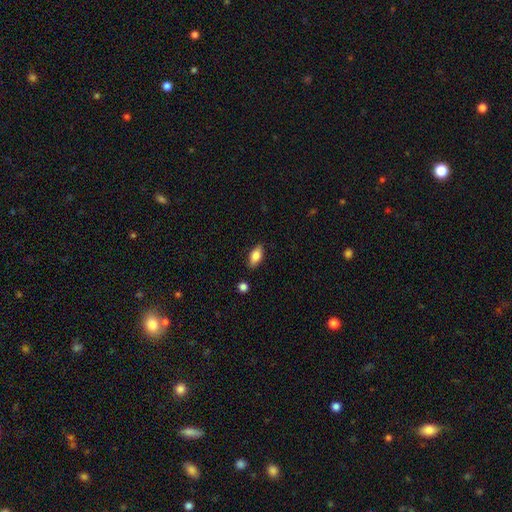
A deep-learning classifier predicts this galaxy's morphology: type=smooth (81%); roundness=in between (88%); merging=none (84%).